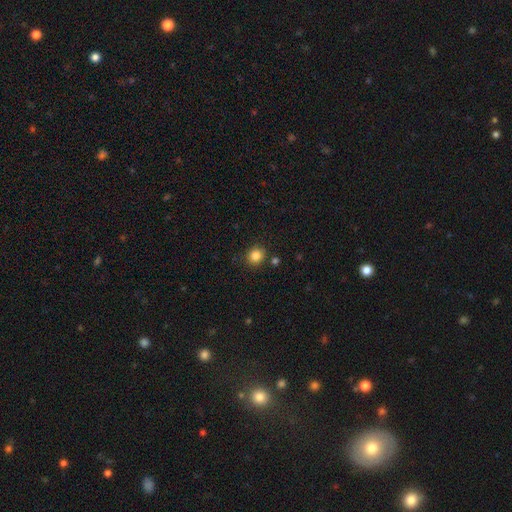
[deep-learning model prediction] The model was most divided on "how rounded": round: 84%, in between: 15%, cigar-shaped: 1%. More confident: merging — none (86%); smooth or featured — smooth (83%).